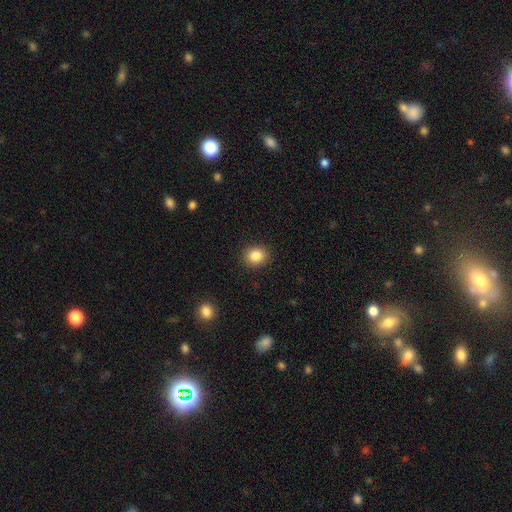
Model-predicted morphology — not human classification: Q: Smooth or featured?
A: smooth (85%); runner-up: star or artifact (10%)
Q: How rounded?
A: round (68%); runner-up: in between (31%)
Q: Merging?
A: none (90%); runner-up: minor disturbance (7%)